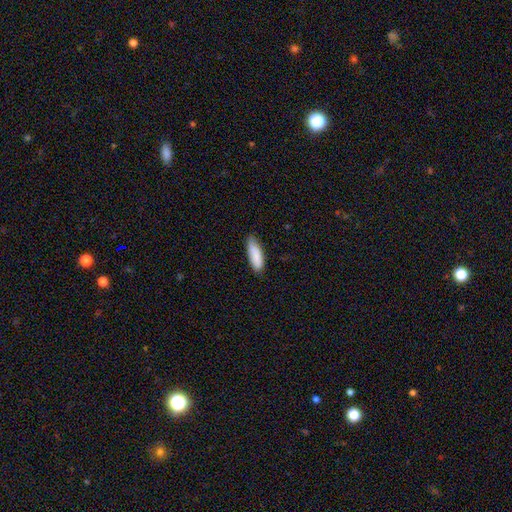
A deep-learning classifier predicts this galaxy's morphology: This is clearly a smooth galaxy (88%). How rounded: possibly in between (56%). Merging: likely none (76%).